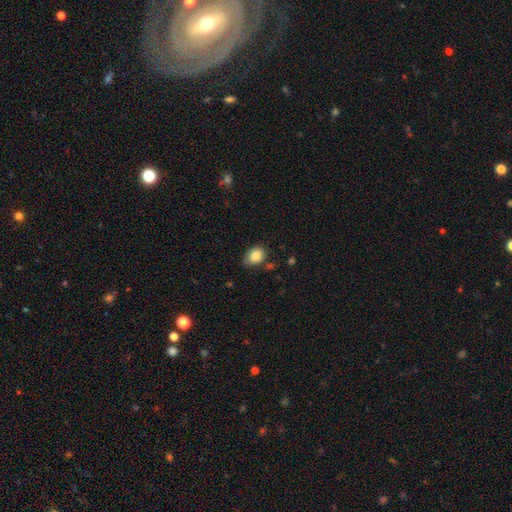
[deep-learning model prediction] smooth_or_featured: smooth (p=0.84) [alt: star or artifact p=0.09]
how_rounded: in between (p=0.69) [alt: round p=0.30]
merging: none (p=0.69) [alt: minor disturbance p=0.24]